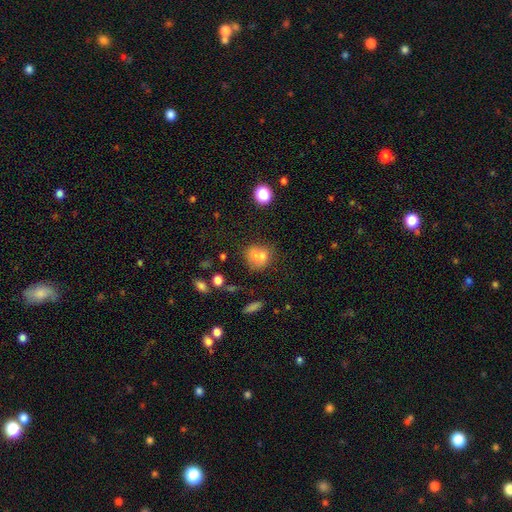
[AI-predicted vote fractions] smooth 70%, featured or disk 17%, star or artifact 13%. Down the decision tree: how rounded — round (69%); merging — merger (46%).